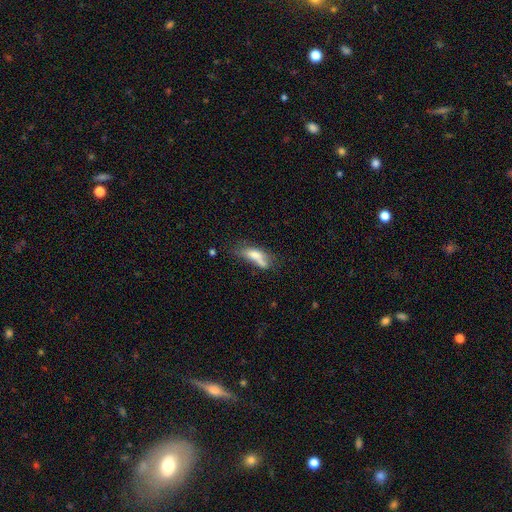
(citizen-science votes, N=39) smooth-or-featured: smooth: 64% | featured or disk: 26% | star or artifact: 10%
  how-rounded: in between: 76% | cigar-shaped: 24% | round: 0%
  merging: merger: 49% | none: 26% | minor disturbance: 17% | major disturbance: 9%